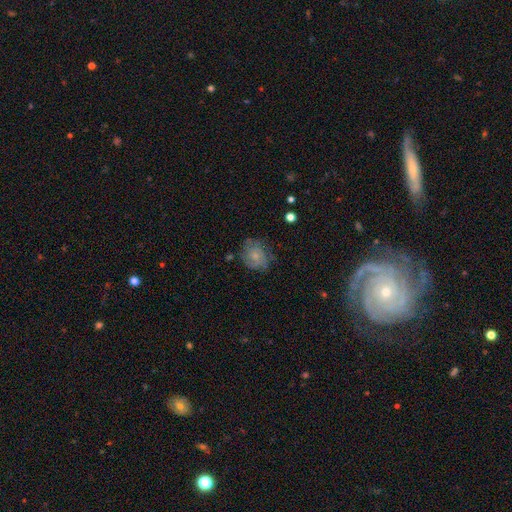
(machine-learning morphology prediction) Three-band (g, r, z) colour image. It shows a smooth galaxy with no disk features (49%). Merging: none (64%).